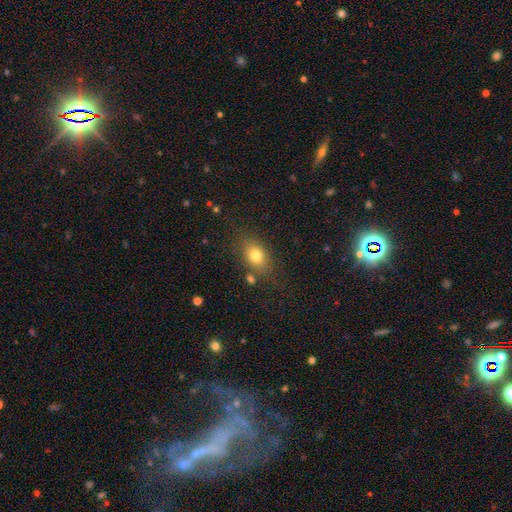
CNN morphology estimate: This appears to be a smooth galaxy with no disk features (77%) that is in between round and cigar-shaped (69%). Merging: none (75%).